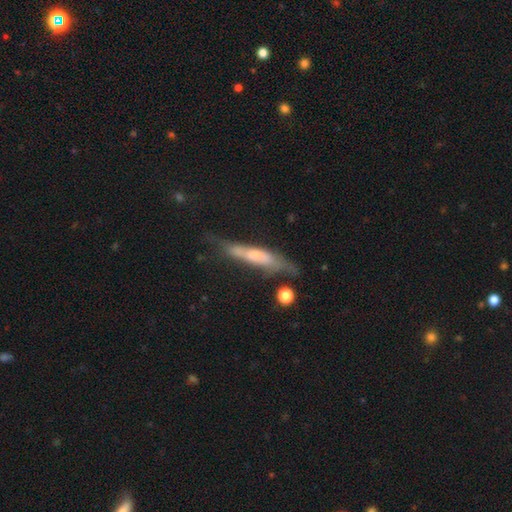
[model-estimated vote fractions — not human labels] The model was most divided on "smooth or featured": featured or disk: 52%, smooth: 40%, star or artifact: 8%. Remaining: edge-on disk — yes (69%); merging — none (48%).